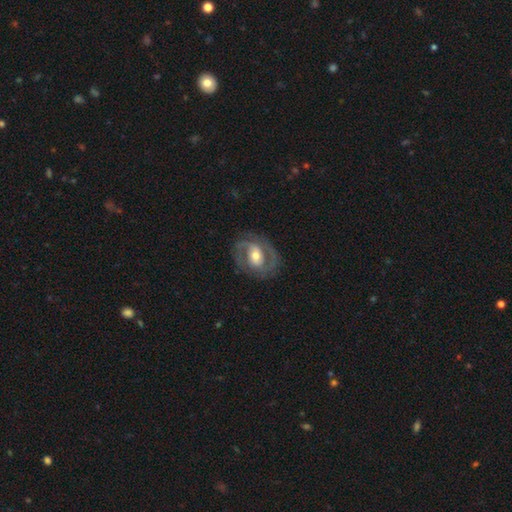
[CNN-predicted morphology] type=featured or disk (80%); edge-on=no (97%); bar=weak (40%); spiral arms=yes (87%); winding=medium (50%); arm count=2 (87%); bulge=moderate (65%); merging=none (79%).